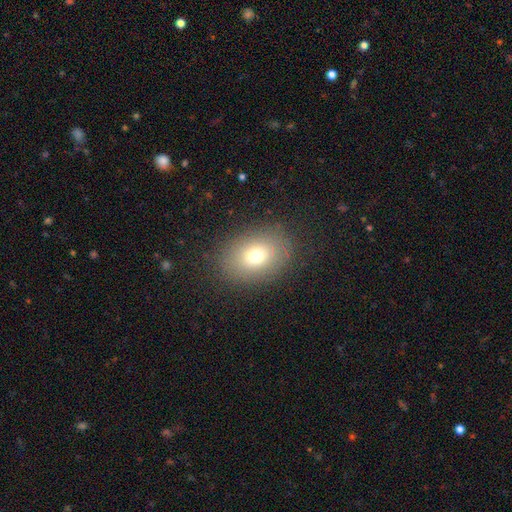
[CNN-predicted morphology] A smooth galaxy with no disk features (74%) that is in between round and cigar-shaped (69%).

Vote fractions:
- Smooth or featured? smooth: 74% / featured or disk: 14% / star or artifact: 12%
- How rounded? in between: 69% / round: 29% / cigar-shaped: 1%
- Merging? none: 85% / minor disturbance: 10% / major disturbance: 4% / merger: 1%